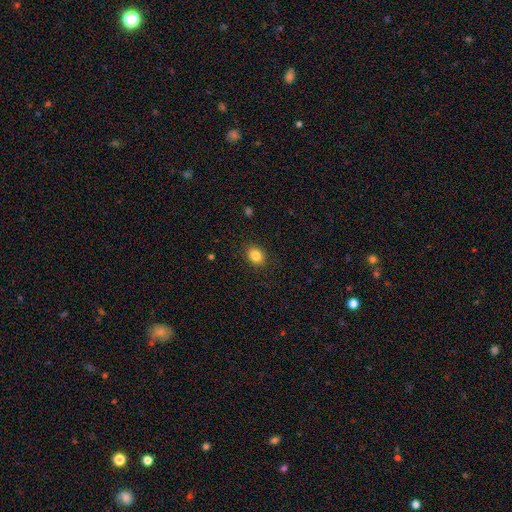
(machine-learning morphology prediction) A smooth galaxy with no disk features (84%) that is round (54%).

Vote fractions:
- Smooth or featured? smooth: 84% / star or artifact: 11% / featured or disk: 6%
- How rounded? round: 54% / in between: 45% / cigar-shaped: 1%
- Merging? none: 89% / minor disturbance: 8% / major disturbance: 2% / merger: 1%